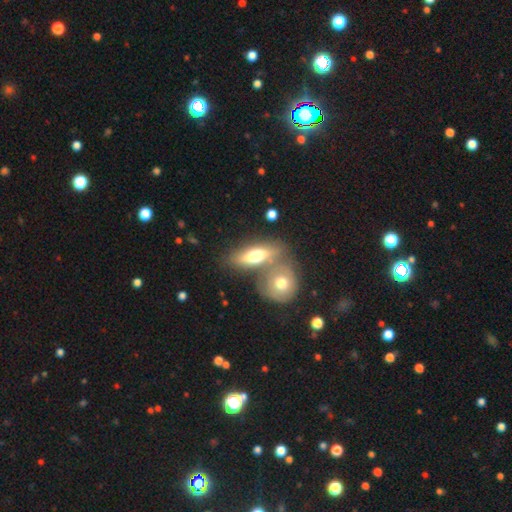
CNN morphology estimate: Smooth or featured?
  - smooth: 58% *
  - featured or disk: 34%
  - star or artifact: 7%
How rounded?
  - in between: 66% *
  - cigar-shaped: 27%
  - round: 7%
Merging?
  - merger: 43% *
  - none: 41%
  - minor disturbance: 11%
  - major disturbance: 5%